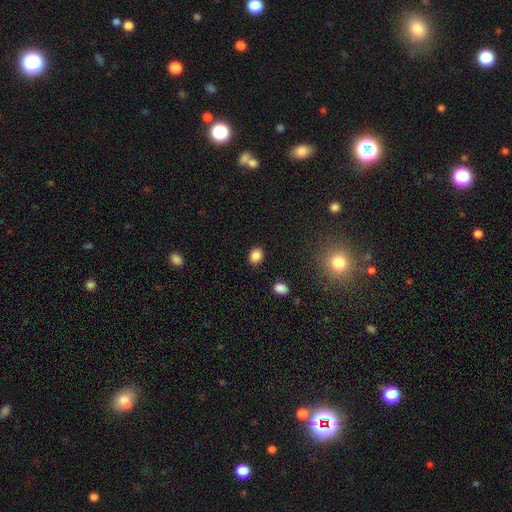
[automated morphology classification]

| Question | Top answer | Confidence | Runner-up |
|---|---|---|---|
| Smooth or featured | smooth | 85% | star or artifact (11%) |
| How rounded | round | 53% | in between (46%) |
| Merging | none | 87% | minor disturbance (8%) |